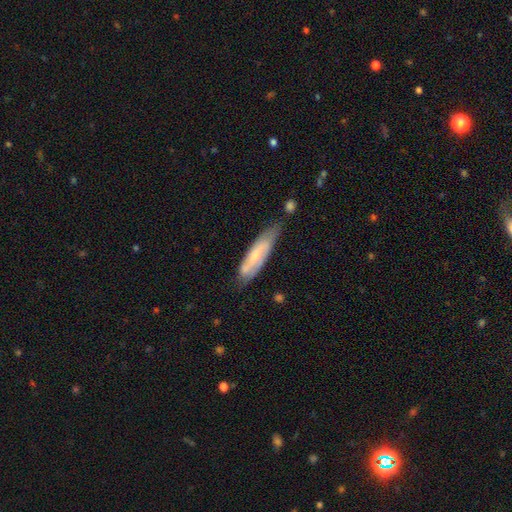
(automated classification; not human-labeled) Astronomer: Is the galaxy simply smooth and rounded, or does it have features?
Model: smooth — 48% (runner-up: featured or disk, 46%).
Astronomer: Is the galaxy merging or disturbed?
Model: none — 54% (runner-up: minor disturbance, 33%).